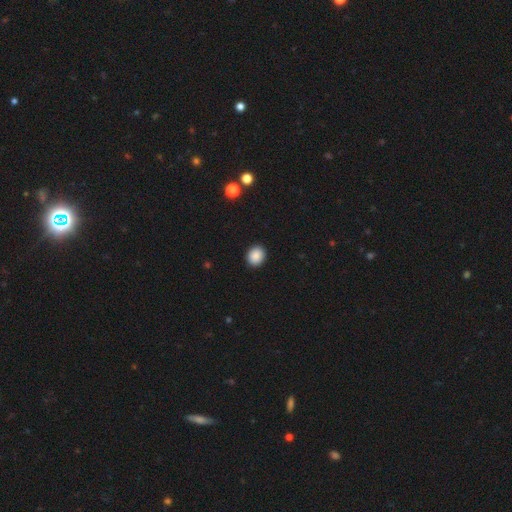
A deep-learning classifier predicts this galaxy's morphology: Smooth or featured? smooth (89%)
How rounded? round (67%)
Merging? none (92%)